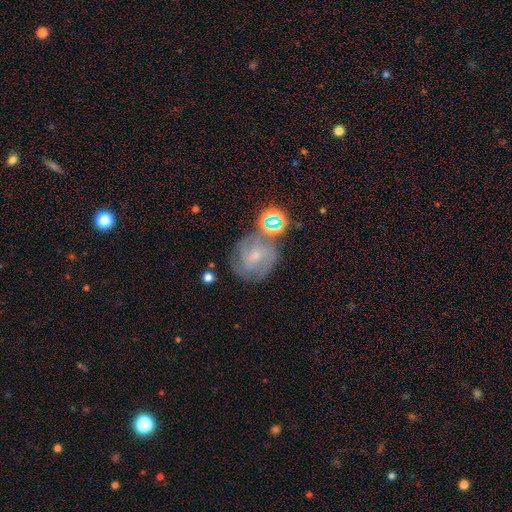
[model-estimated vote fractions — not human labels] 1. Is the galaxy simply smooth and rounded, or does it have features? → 65% featured or disk, 20% smooth, 15% star or artifact.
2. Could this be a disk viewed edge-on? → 97% no, 3% yes.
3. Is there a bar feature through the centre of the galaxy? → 49% no, 41% weak, 10% strong.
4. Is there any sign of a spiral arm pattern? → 88% yes, 12% no.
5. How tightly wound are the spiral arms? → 53% tight, 37% medium, 10% loose.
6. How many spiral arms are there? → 37% can't tell, 25% 3, 16% 2, 12% 4, 5% more than 4, 5% 1.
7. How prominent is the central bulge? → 67% small, 25% moderate, 5% none, 2% large, 1% dominant.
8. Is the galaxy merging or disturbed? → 61% none, 17% minor disturbance, 12% merger, 9% major disturbance.